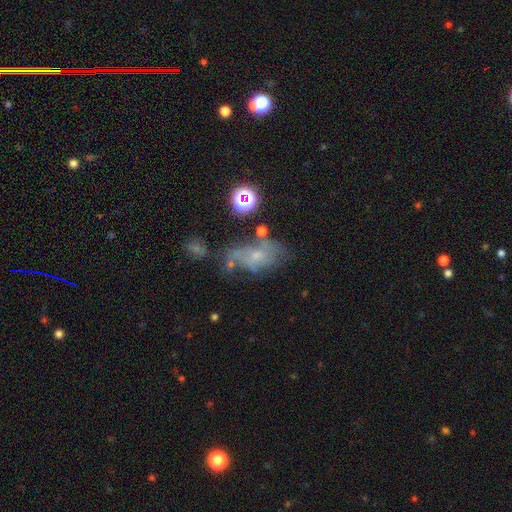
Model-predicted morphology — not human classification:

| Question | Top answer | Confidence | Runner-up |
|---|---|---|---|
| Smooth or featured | featured or disk | 40% | smooth (38%) |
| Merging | none | 38% | minor disturbance (27%) |